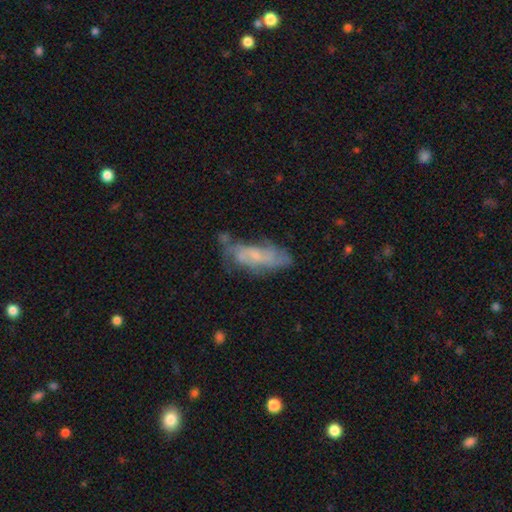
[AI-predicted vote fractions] This appears to be a featured or disk galaxy (59%). Merging: none (47%).